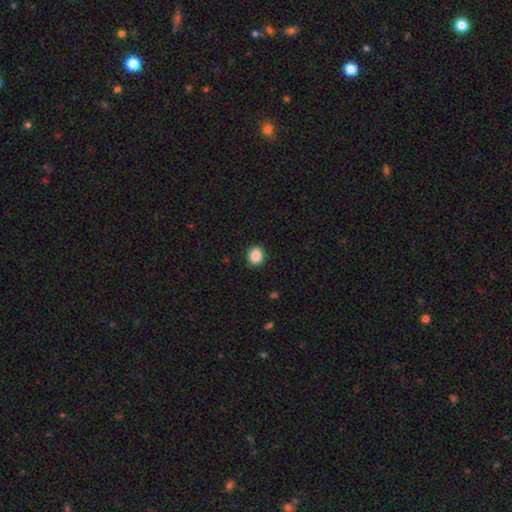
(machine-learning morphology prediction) Smooth or featured? smooth (88%)
How rounded? round (72%)
Merging? none (90%)